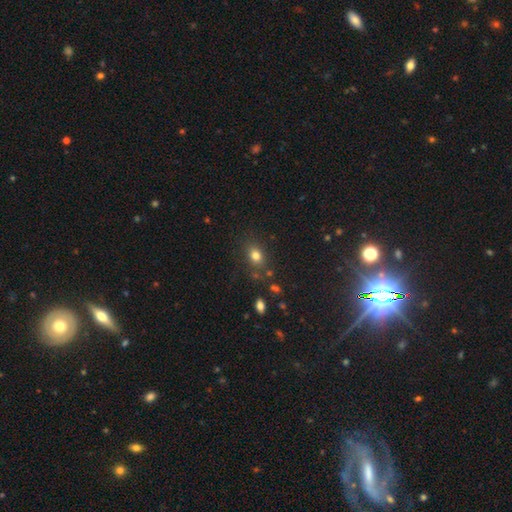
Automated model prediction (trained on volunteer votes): A smooth galaxy with no disk features (78%) that is in between round and cigar-shaped (59%).

Vote fractions:
- Smooth or featured? smooth: 78% / star or artifact: 13% / featured or disk: 9%
- How rounded? in between: 59% / round: 40% / cigar-shaped: 2%
- Merging? none: 76% / minor disturbance: 14% / merger: 5% / major disturbance: 5%